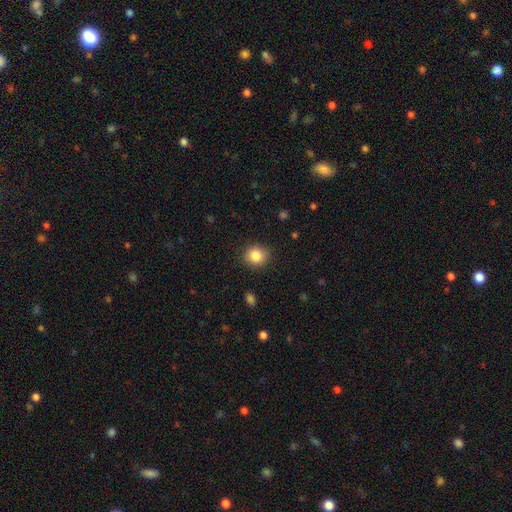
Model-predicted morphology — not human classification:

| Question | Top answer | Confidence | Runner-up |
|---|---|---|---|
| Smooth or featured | smooth | 84% | star or artifact (10%) |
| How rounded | round | 84% | in between (15%) |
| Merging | none | 88% | minor disturbance (8%) |